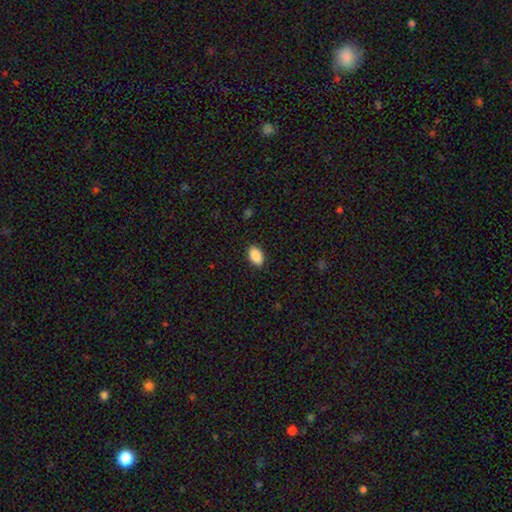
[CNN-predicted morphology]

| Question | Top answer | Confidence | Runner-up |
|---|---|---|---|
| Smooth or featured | smooth | 89% | star or artifact (7%) |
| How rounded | in between | 93% | round (6%) |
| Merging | none | 89% | minor disturbance (8%) |